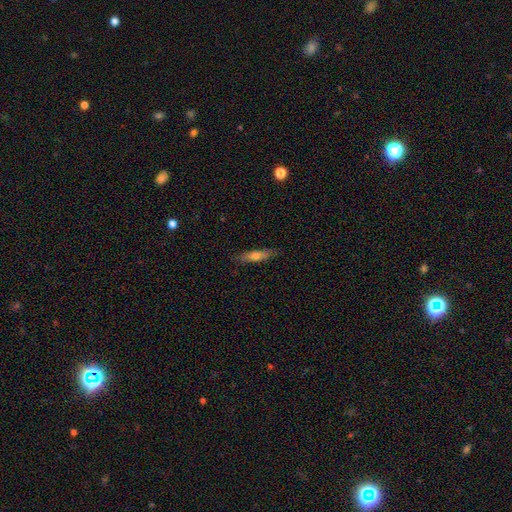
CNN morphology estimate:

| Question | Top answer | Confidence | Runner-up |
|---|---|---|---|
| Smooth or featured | smooth | 55% | featured or disk (38%) |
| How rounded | cigar-shaped | 82% | in between (16%) |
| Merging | none | 86% | minor disturbance (11%) |